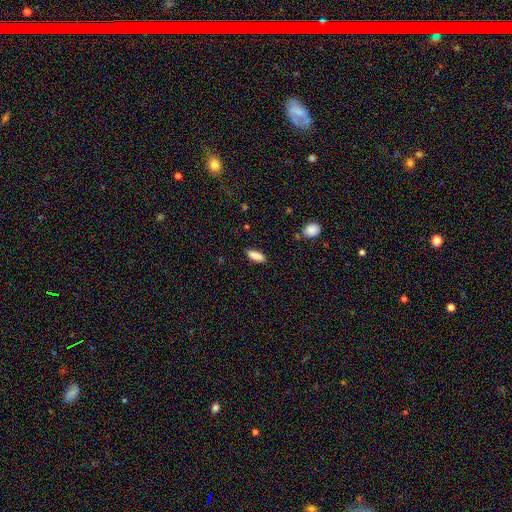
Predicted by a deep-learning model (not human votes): smooth-or-featured: smooth: 87% | star or artifact: 7% | featured or disk: 6%
  how-rounded: in between: 78% | cigar-shaped: 20% | round: 2%
  merging: none: 86% | minor disturbance: 11% | major disturbance: 2% | merger: 1%